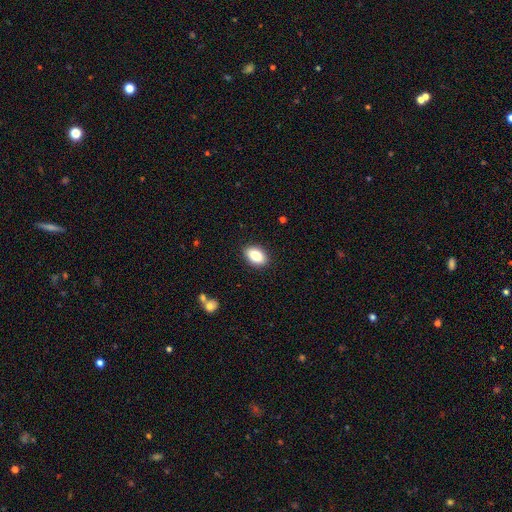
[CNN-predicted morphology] A smooth galaxy with no disk features (84%) that is in between round and cigar-shaped (89%). Merging: none (89%).